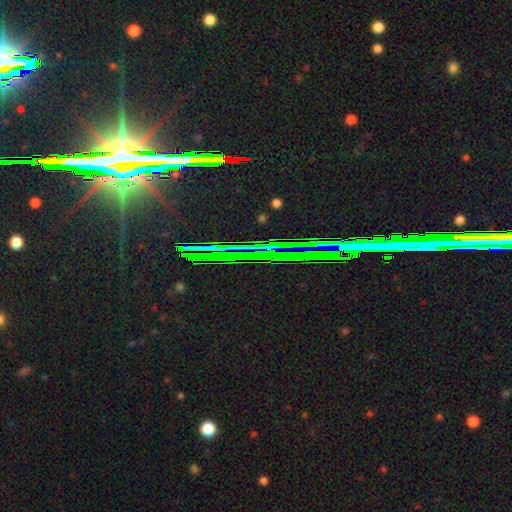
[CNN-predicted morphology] Overall: star or artifact (84%).